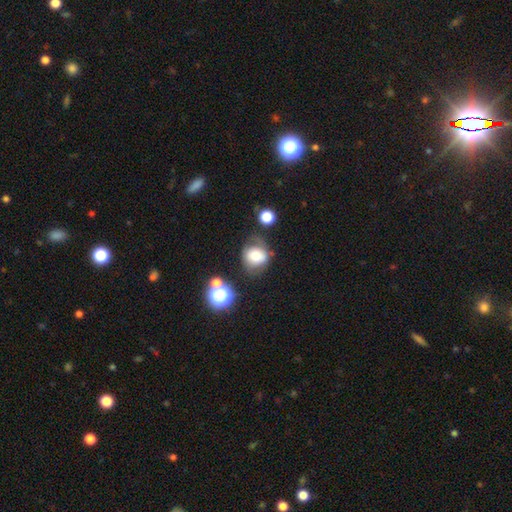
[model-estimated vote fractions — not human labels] Q: Smooth or featured?
A: smooth (65%); runner-up: featured or disk (23%)
Q: How rounded?
A: round (69%); runner-up: in between (30%)
Q: Merging?
A: none (56%); runner-up: minor disturbance (25%)